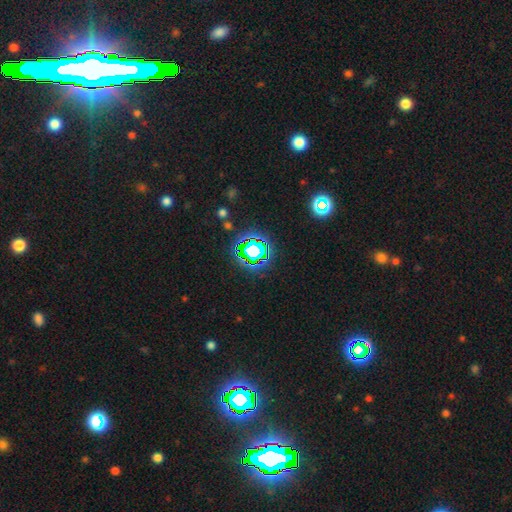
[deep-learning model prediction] The model was most divided on "smooth or featured": star or artifact: 79%, smooth: 12%, featured or disk: 9%.